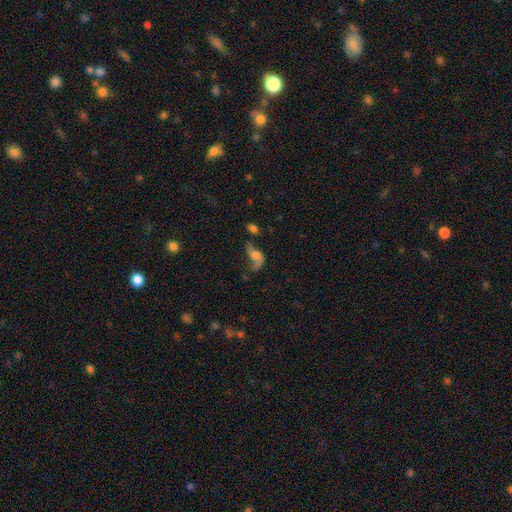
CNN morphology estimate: Q: Smooth or featured?
A: featured or disk (64%); runner-up: smooth (25%)
Q: Edge-on disk?
A: no (95%); runner-up: yes (5%)
Q: Bar?
A: no (66%); runner-up: weak (27%)
Q: Spiral arms?
A: yes (85%); runner-up: no (15%)
Q: Spiral winding?
A: loose (80%); runner-up: medium (16%)
Q: Spiral arm count?
A: 2 (76%); runner-up: 1 (17%)
Q: Bulge size?
A: moderate (39%); runner-up: small (25%)
Q: Merging?
A: none (37%); runner-up: major disturbance (31%)